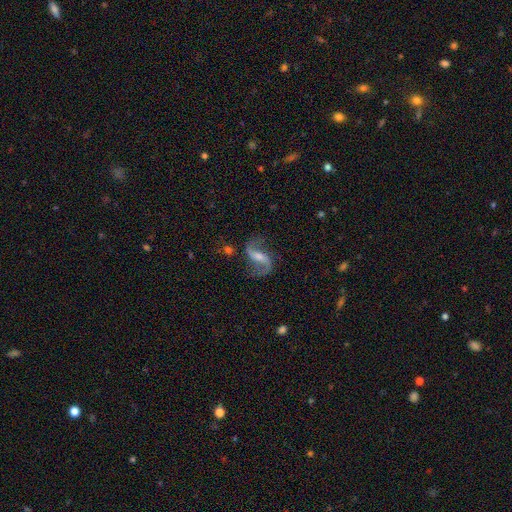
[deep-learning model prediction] A featured or disk galaxy (88%) with a weak bar (43%), 2 (92%) loose (63%) spiral arms (96%) and a moderate central bulge (43%). Merging: none (77%).